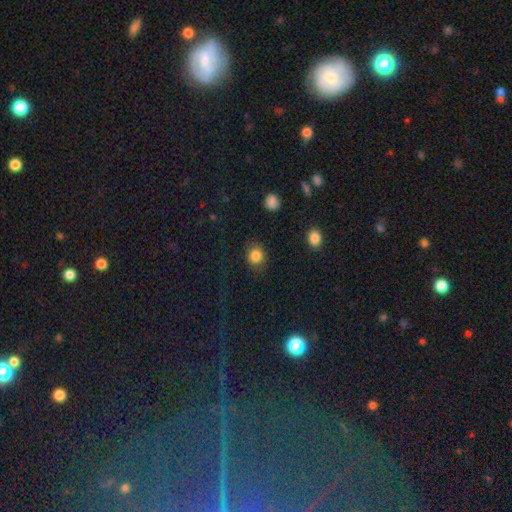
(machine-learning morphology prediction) Smooth or featured: smooth — 84% (star or artifact — 10%)
How rounded: round — 73% (in between — 26%)
Merging: none — 80% (minor disturbance — 13%)